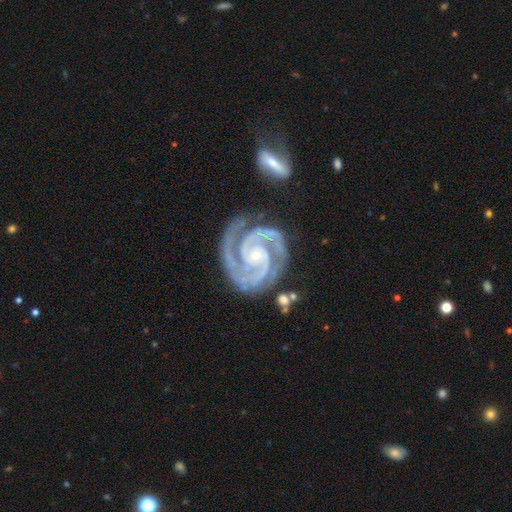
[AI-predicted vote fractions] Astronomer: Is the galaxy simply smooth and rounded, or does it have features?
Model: featured or disk — 95%.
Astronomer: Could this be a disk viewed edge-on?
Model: no — 98%.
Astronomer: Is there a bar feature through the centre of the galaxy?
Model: no — 61%.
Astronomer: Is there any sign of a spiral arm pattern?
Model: yes — 99%.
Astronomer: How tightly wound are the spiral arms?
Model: tight — 69%.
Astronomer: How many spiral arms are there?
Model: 2 — 80%.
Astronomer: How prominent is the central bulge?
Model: small — 86%.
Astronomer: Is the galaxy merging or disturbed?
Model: none — 72%.